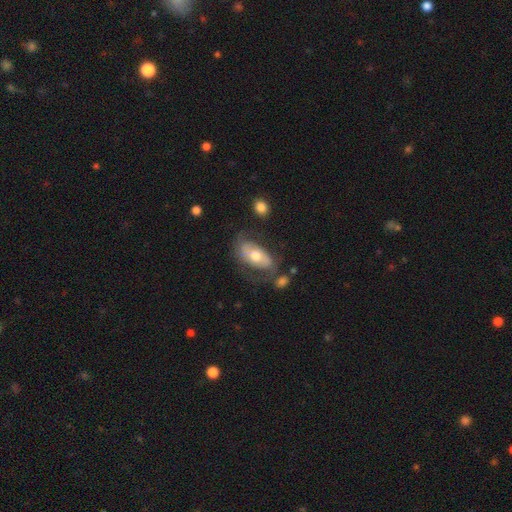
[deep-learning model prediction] smooth-or-featured: featured or disk: 53% | smooth: 41% | star or artifact: 6%
  disk-edge-on: no: 89% | yes: 11%
  merging: none: 52% | minor disturbance: 24% | major disturbance: 18% | merger: 6%